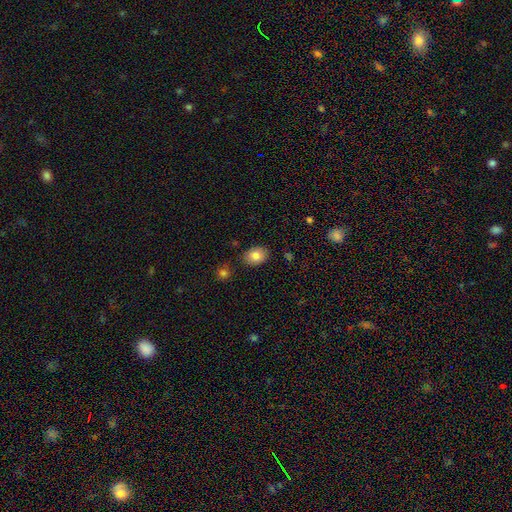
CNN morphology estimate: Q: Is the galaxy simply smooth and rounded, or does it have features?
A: smooth — 84%.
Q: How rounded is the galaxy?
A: in between — 72%.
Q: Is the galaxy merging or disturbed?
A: none — 83%.